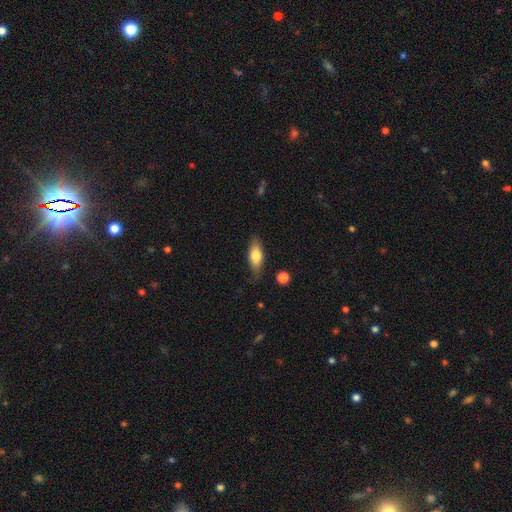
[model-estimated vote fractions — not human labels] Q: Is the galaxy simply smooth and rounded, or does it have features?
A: smooth — 72%.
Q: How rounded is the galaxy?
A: in between — 75%.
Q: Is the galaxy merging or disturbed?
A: none — 73%.